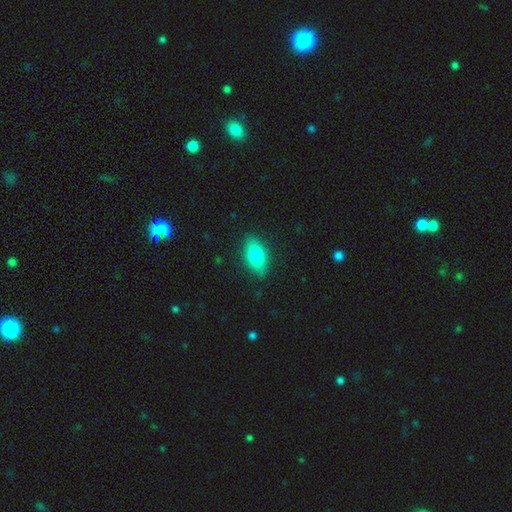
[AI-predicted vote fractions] A smooth galaxy with no disk features (81%) that is in between round and cigar-shaped (88%).

Vote fractions:
- Smooth or featured? smooth: 81% / featured or disk: 12% / star or artifact: 7%
- How rounded? in between: 88% / cigar-shaped: 7% / round: 5%
- Merging? none: 85% / minor disturbance: 12% / major disturbance: 3% / merger: 1%